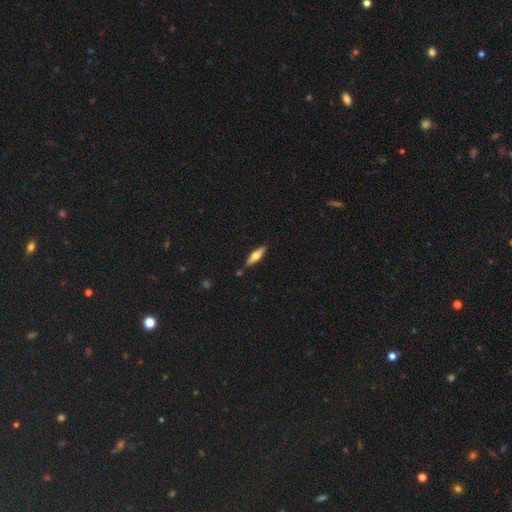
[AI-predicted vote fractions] Smooth or featured: smooth — 48% (featured or disk — 47%)
Merging: none — 86% (minor disturbance — 9%)